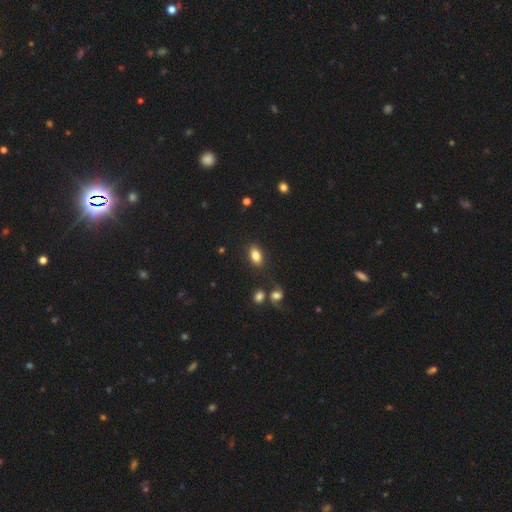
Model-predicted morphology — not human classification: smooth_or_featured: smooth (p=0.82) [alt: featured or disk p=0.09]
how_rounded: in between (p=0.87) [alt: round p=0.09]
merging: none (p=0.83) [alt: minor disturbance p=0.10]